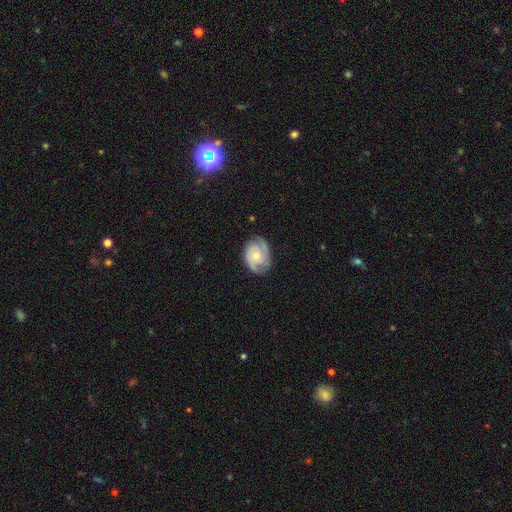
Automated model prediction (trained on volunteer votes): The model was most divided on "bulge size": moderate: 51%, small: 42%, large: 4%, none: 3%, dominant: 1%. Remaining: edge-on disk — no (97%); spiral arms — yes (94%); smooth or featured — featured or disk (75%); merging — none (74%); bar — no (73%); spiral arm count — 2 (55%); spiral winding — tight (49%).